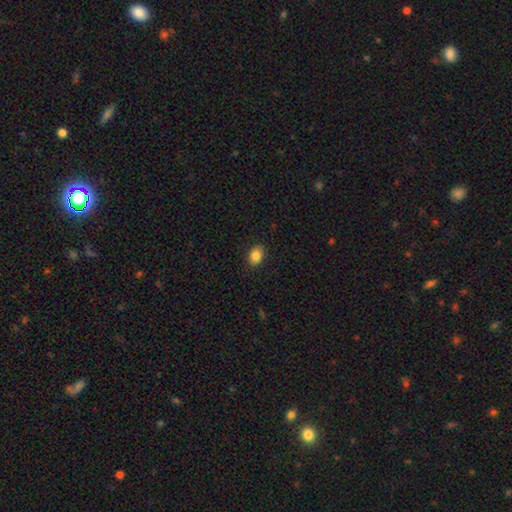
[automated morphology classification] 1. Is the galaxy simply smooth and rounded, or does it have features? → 86% smooth, 9% star or artifact, 5% featured or disk.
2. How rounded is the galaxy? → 70% in between, 28% round, 1% cigar-shaped.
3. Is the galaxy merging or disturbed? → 87% none, 10% minor disturbance, 2% major disturbance, 1% merger.